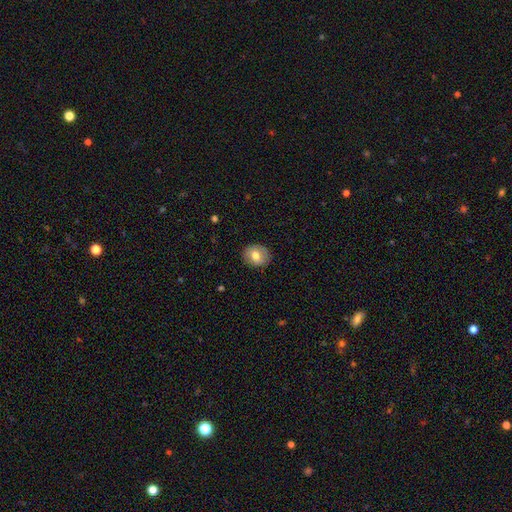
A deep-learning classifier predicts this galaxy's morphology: Smooth or featured? smooth (72%)
How rounded? round (59%)
Merging? none (86%)